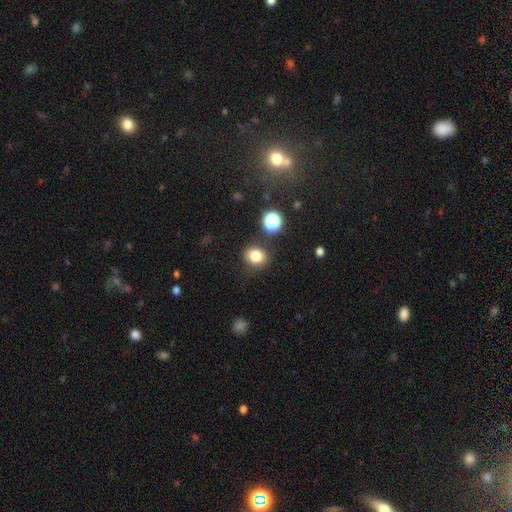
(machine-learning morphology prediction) type=smooth (80%); roundness=round (67%); merging=none (83%).